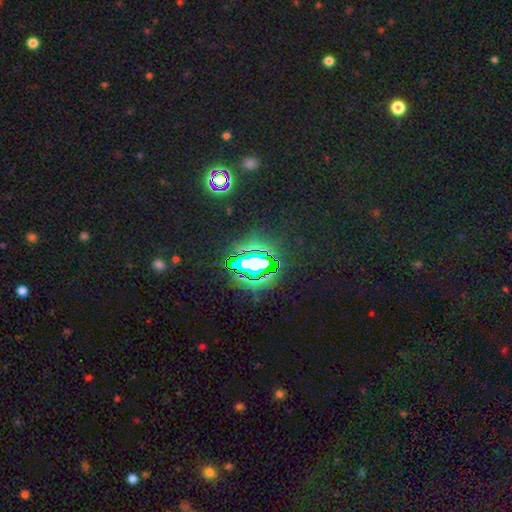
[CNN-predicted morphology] Smooth or featured: star or artifact — 80% (smooth — 11%)